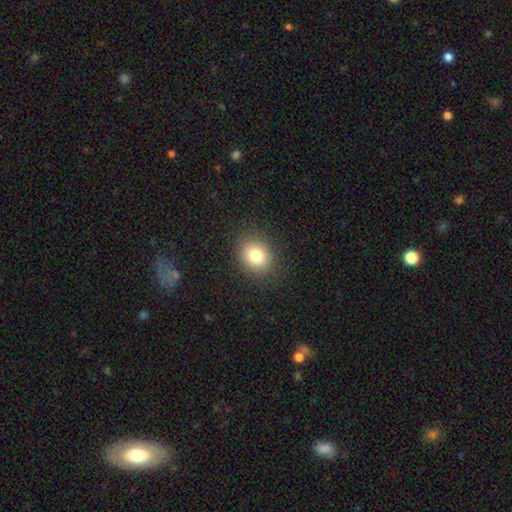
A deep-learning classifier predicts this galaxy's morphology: Overall: smooth (80%). How rounded: round (62%; in between 37%). Merging: none (88%).